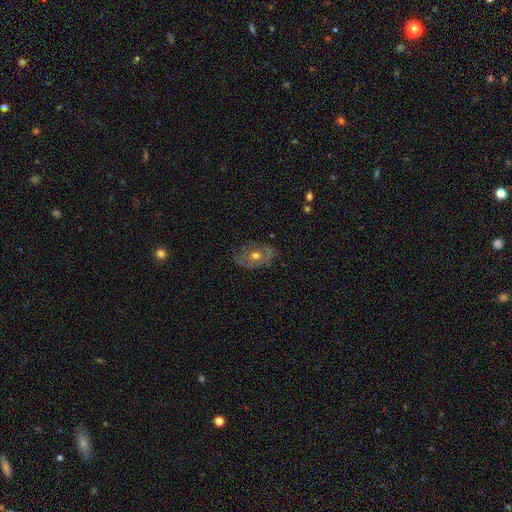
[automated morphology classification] A featured or disk galaxy (49%).

Vote fractions:
- Smooth or featured? featured or disk: 49% / smooth: 42% / star or artifact: 9%
- Merging? none: 65% / minor disturbance: 24% / major disturbance: 9% / merger: 2%